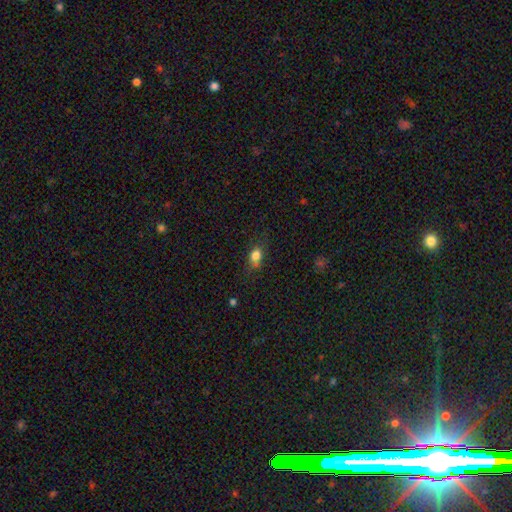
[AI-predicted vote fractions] Smooth or featured? smooth (80%)
How rounded? in between (65%)
Merging? none (66%)